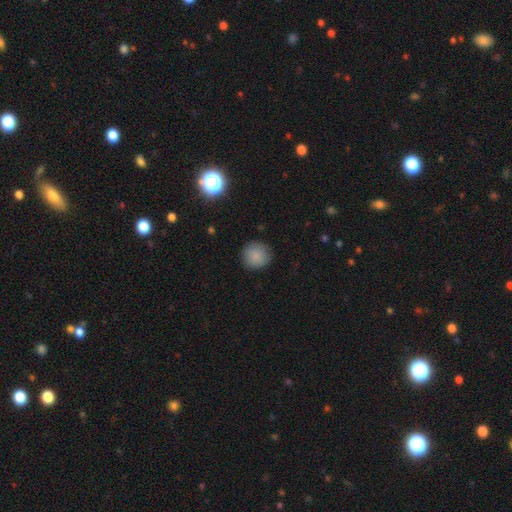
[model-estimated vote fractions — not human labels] Overall: smooth (85%). How rounded: round (94%). Merging: none (89%).